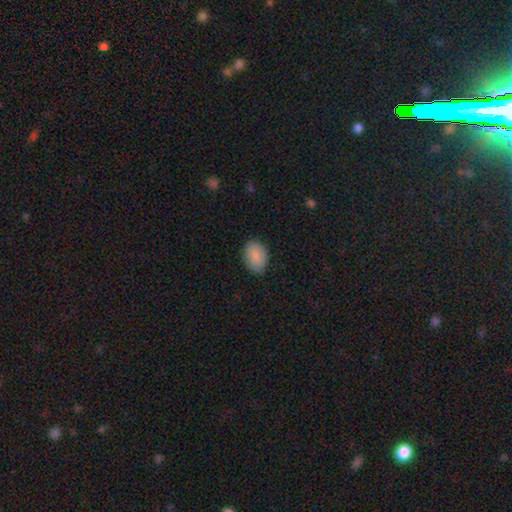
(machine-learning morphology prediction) Smooth or featured? smooth (88%)
How rounded? in between (81%)
Merging? none (86%)